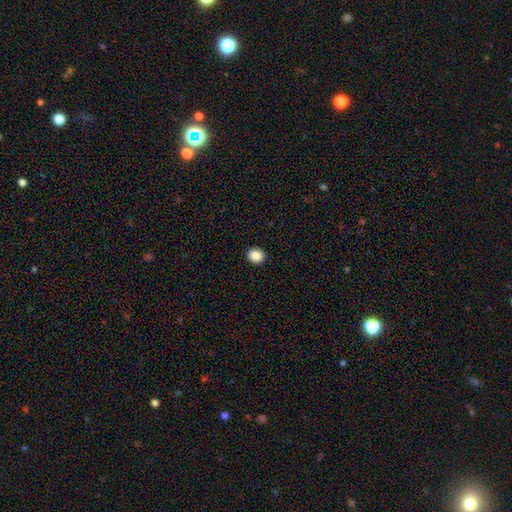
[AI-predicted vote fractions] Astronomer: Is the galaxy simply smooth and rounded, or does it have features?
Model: smooth — 87%.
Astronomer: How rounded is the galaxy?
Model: round — 86%.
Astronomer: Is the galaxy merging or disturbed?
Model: none — 93%.